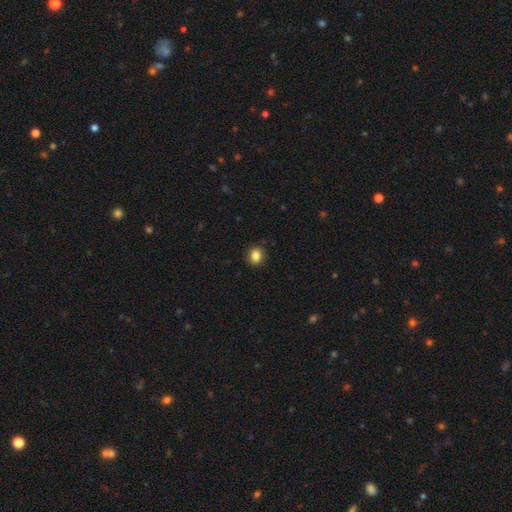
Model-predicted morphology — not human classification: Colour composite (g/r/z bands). It shows a smooth galaxy with no disk features (85%) that is round (67%). Merging: none (89%).